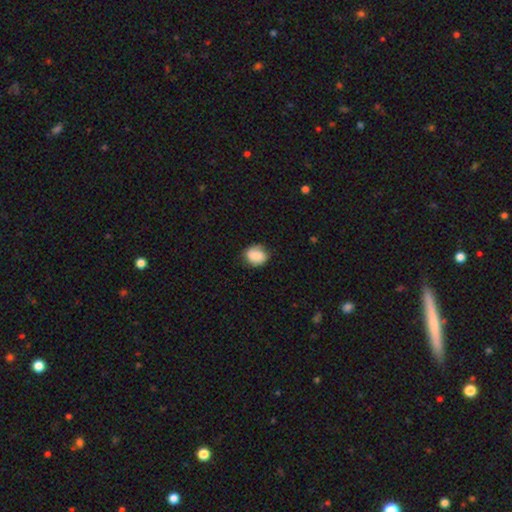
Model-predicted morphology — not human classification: Smooth or featured? Predicted: smooth (p=0.82). How rounded? Predicted: round (p=0.61). Merging? Predicted: none (p=0.71).